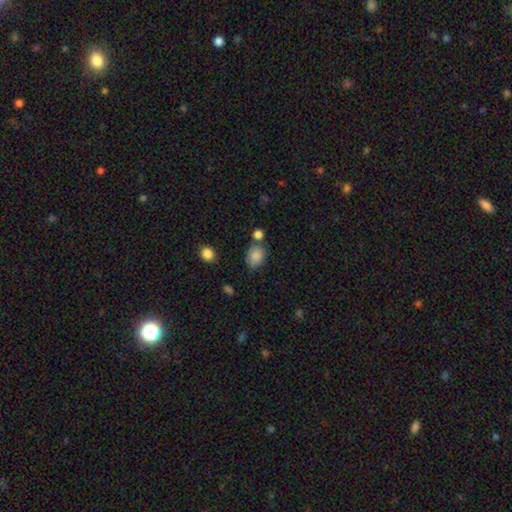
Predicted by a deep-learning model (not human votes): Smooth or featured: smooth — 85% (star or artifact — 9%)
How rounded: in between — 63% (round — 36%)
Merging: none — 62% (minor disturbance — 18%)